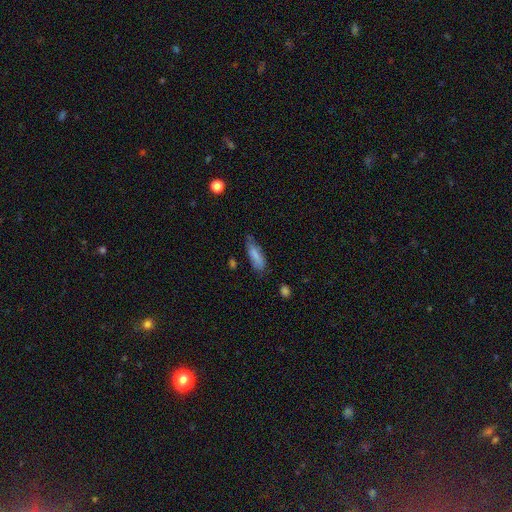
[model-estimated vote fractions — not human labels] Q: Smooth or featured?
A: smooth (81%); runner-up: featured or disk (12%)
Q: How rounded?
A: in between (50%); runner-up: cigar-shaped (48%)
Q: Merging?
A: none (57%); runner-up: minor disturbance (31%)